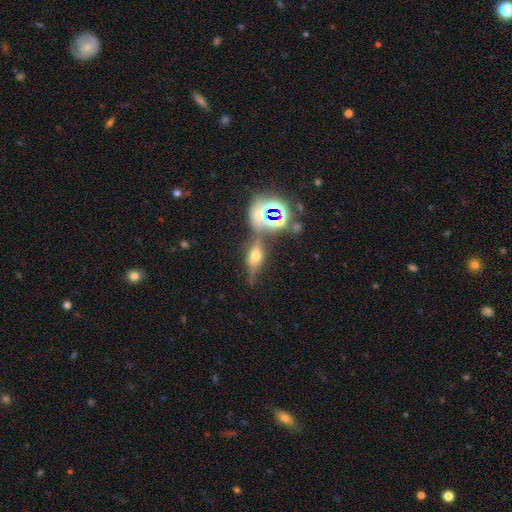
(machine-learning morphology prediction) This appears to be a featured or disk galaxy (49%). Merging: none (64%).